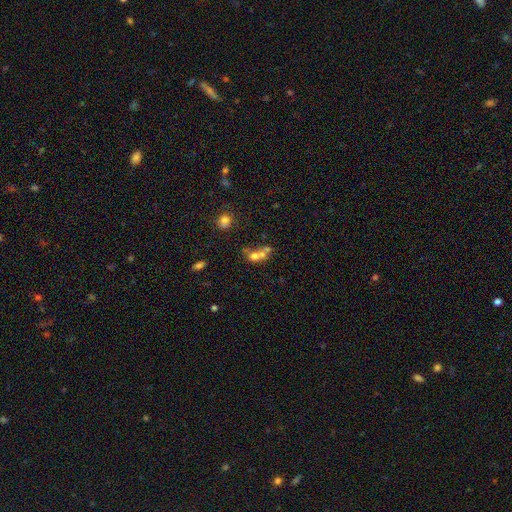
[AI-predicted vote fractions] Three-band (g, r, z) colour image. It shows a smooth galaxy with no disk features (59%) that is round (59%). Merging: merger (60%).